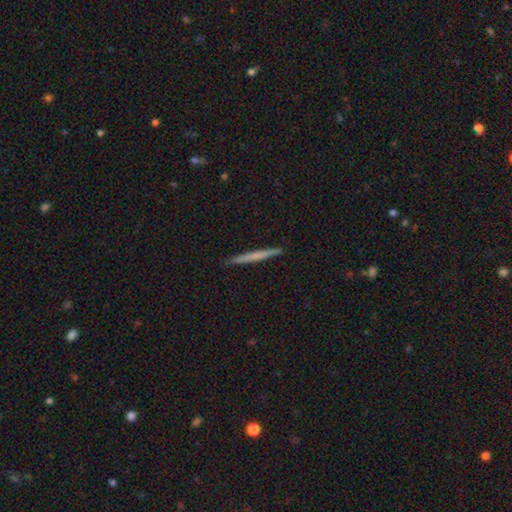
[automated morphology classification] smooth-or-featured: smooth: 50% | featured or disk: 44% | star or artifact: 6%
  how-rounded: cigar-shaped: 97% | in between: 2% | round: 2%
  merging: none: 92% | minor disturbance: 6% | major disturbance: 1% | merger: 1%